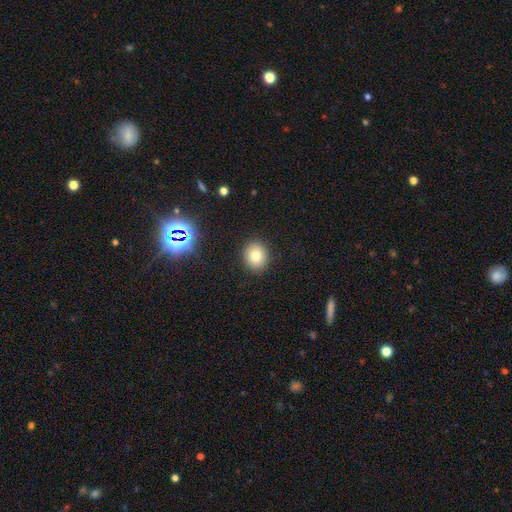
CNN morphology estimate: Q: Smooth or featured?
A: smooth (79%); runner-up: star or artifact (12%)
Q: How rounded?
A: round (71%); runner-up: in between (28%)
Q: Merging?
A: none (90%); runner-up: minor disturbance (7%)